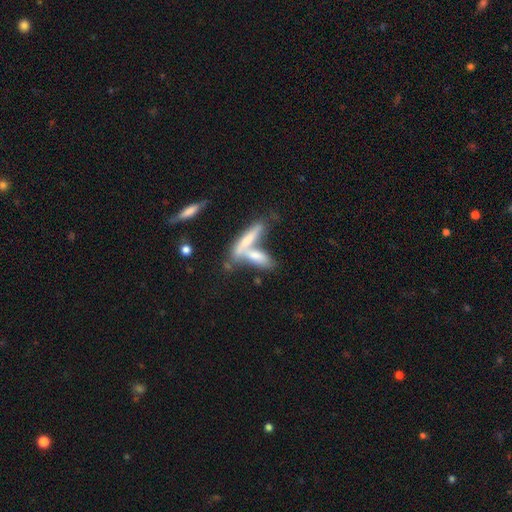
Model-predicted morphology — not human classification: This appears to be a smooth galaxy with no disk features (65%) that is cigar-shaped (57%). Merging: merger (59%).